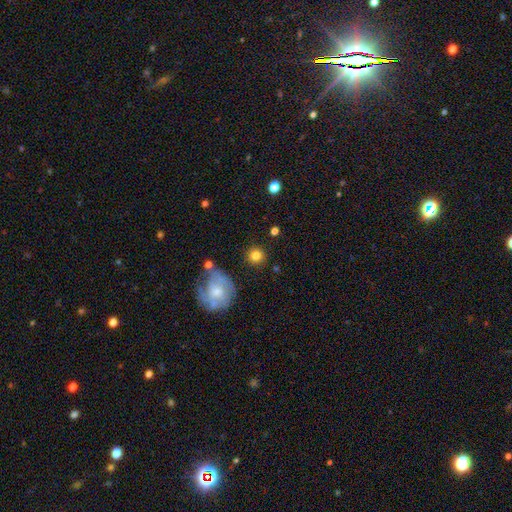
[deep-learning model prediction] smooth_or_featured: smooth (p=0.81) [alt: featured or disk p=0.10]
how_rounded: round (p=0.93) [alt: in between p=0.06]
merging: none (p=0.86) [alt: minor disturbance p=0.08]